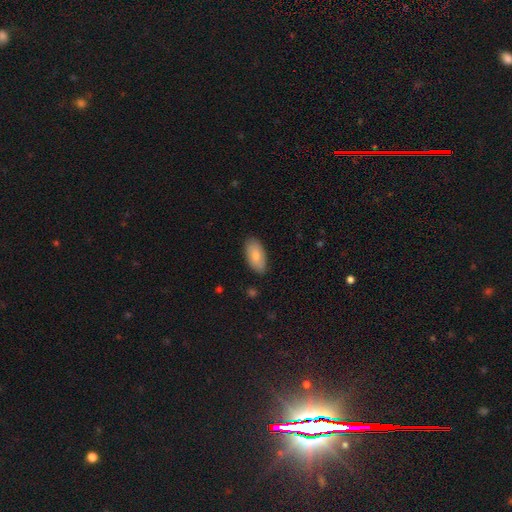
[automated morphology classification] This appears to be a smooth galaxy with no disk features (80%) that is in between round and cigar-shaped (94%). Merging: none (84%).